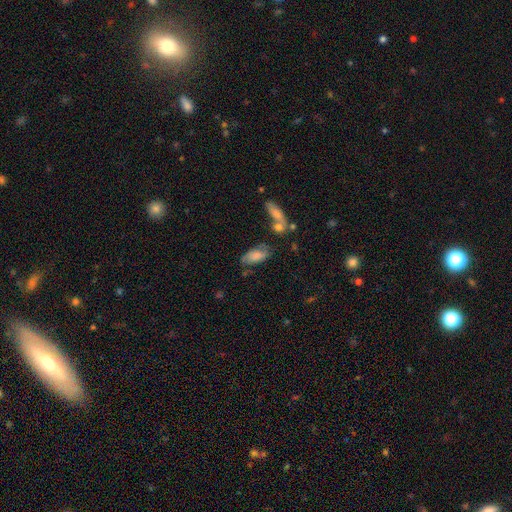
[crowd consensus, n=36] Smooth or featured? smooth (64%)
How rounded? in between (87%)
Merging? none (61%)